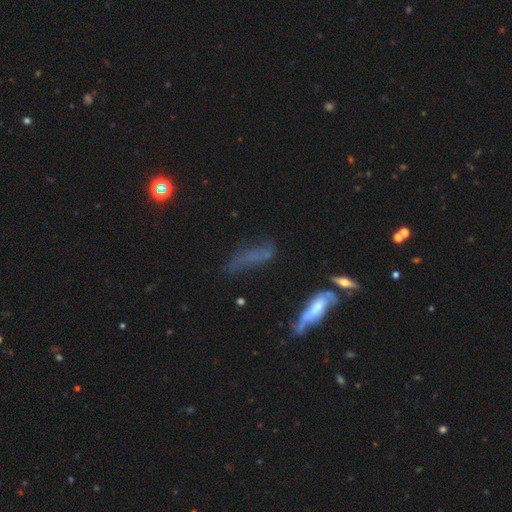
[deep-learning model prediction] smooth_or_featured: smooth (p=0.46) [alt: featured or disk p=0.35]
merging: none (p=0.40) [alt: minor disturbance p=0.24]